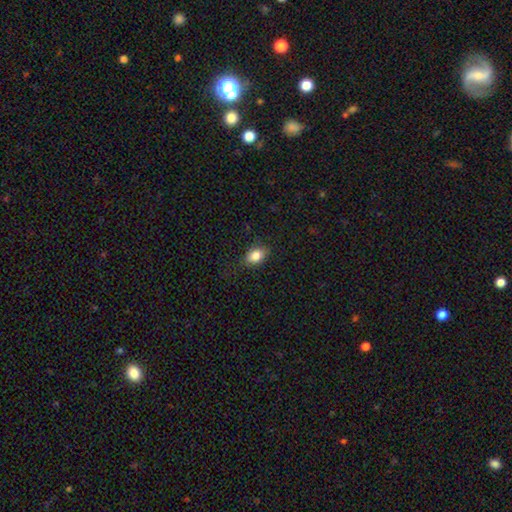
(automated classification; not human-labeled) Smooth or featured?
  - smooth: 85% *
  - star or artifact: 8%
  - featured or disk: 7%
How rounded?
  - in between: 82% *
  - round: 16%
  - cigar-shaped: 2%
Merging?
  - none: 81% *
  - minor disturbance: 15%
  - major disturbance: 4%
  - merger: 1%